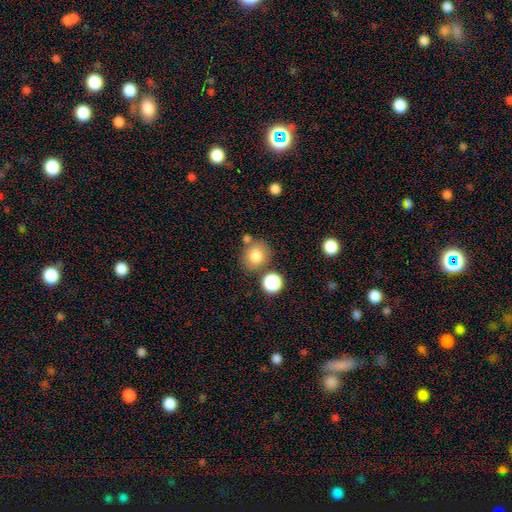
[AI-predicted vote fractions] Overall: smooth (79%). How rounded: round (72%). Merging: none (68%).